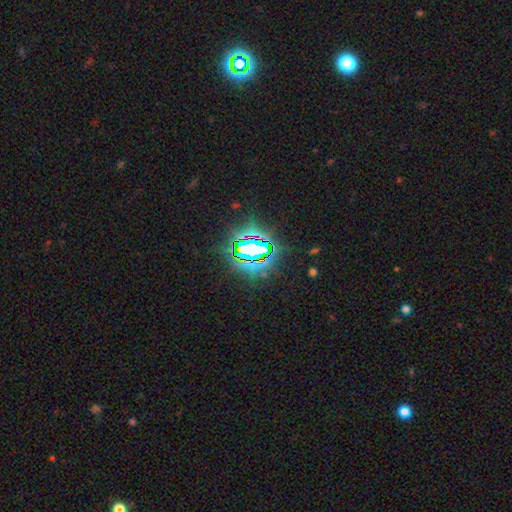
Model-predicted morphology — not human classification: Smooth or featured?
  - star or artifact: 79% *
  - smooth: 12%
  - featured or disk: 9%